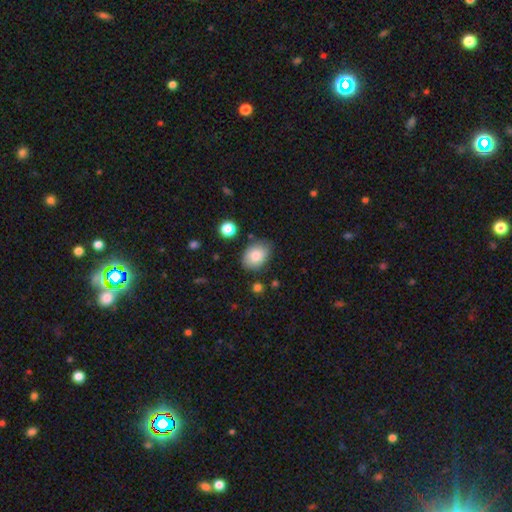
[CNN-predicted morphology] type=smooth (84%); roundness=in between (79%); merging=none (77%).